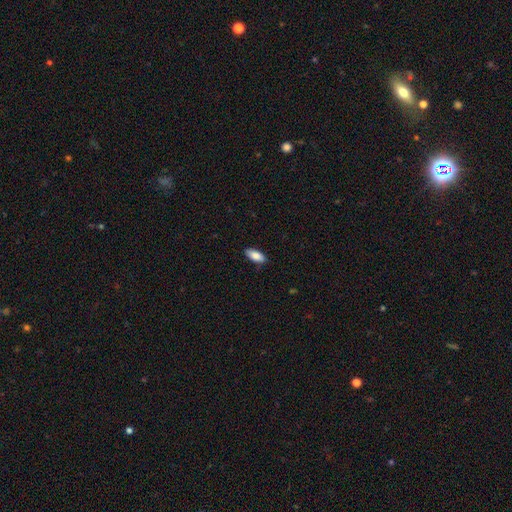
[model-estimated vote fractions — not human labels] Smooth or featured? smooth (85%)
How rounded? in between (84%)
Merging? none (88%)